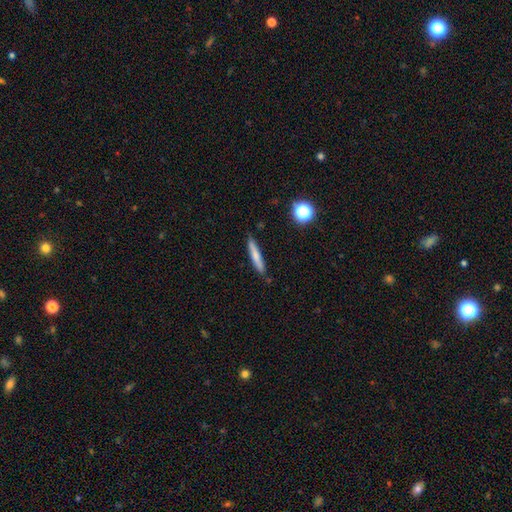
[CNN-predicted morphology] Smooth or featured: smooth — 71% (featured or disk — 22%)
How rounded: cigar-shaped — 92% (in between — 6%)
Merging: none — 85% (minor disturbance — 11%)